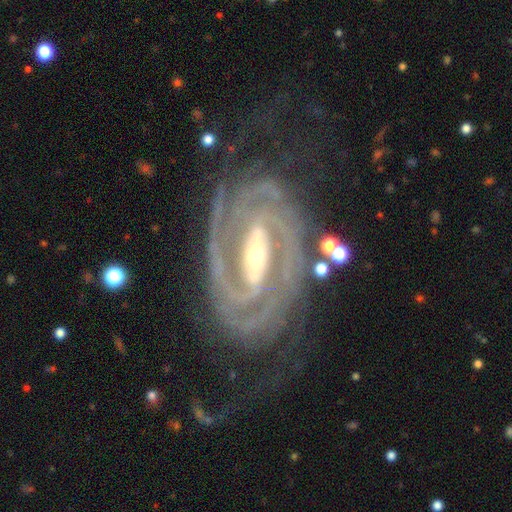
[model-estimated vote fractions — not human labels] Smooth or featured?
  - featured or disk: 93% *
  - star or artifact: 5%
  - smooth: 3%
Edge-on disk?
  - no: 96% *
  - yes: 4%
Bar?
  - strong: 61% *
  - weak: 26%
  - no: 13%
Spiral arms?
  - yes: 98% *
  - no: 2%
Spiral winding?
  - tight: 76% *
  - medium: 21%
  - loose: 3%
Spiral arm count?
  - 2: 65% *
  - 3: 13%
  - can't tell: 8%
  - 4: 6%
  - more than 4: 4%
  - 1: 4%
Bulge size?
  - small: 59% *
  - moderate: 37%
  - large: 2%
  - none: 1%
  - dominant: 1%
Merging?
  - none: 68% *
  - minor disturbance: 18%
  - major disturbance: 12%
  - merger: 2%